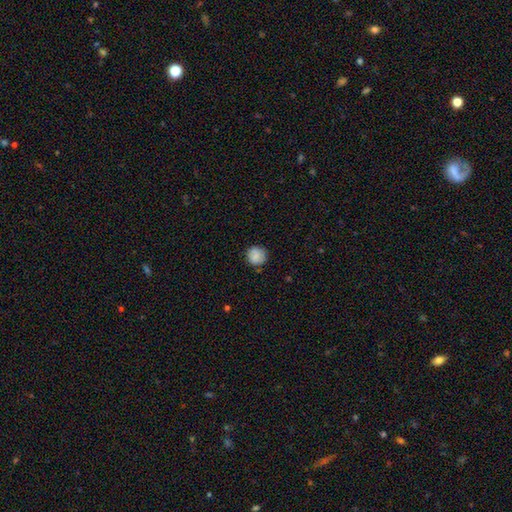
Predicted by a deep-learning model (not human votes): Morphology: type=smooth (84%); roundness=round (91%); merging=none (80%).